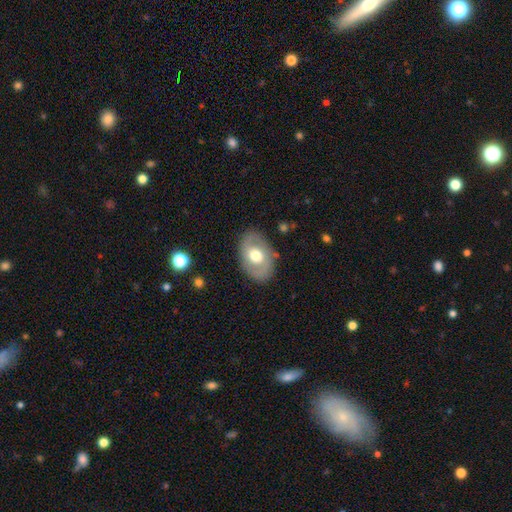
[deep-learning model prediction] This appears to be a featured or disk galaxy (48%). Merging: none (82%).